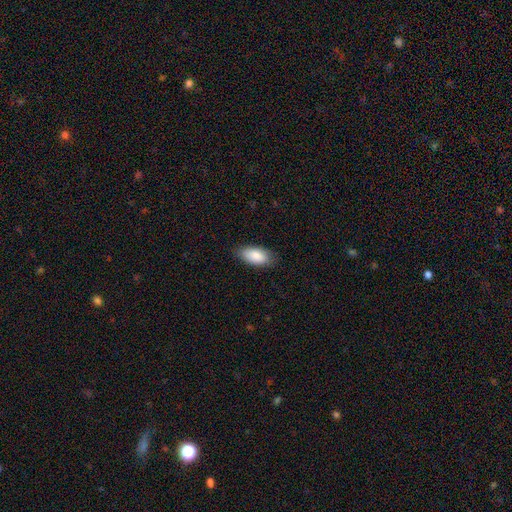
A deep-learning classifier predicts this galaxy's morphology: Smooth or featured? Predicted: smooth (p=0.87). How rounded? Predicted: in between (p=0.92). Merging? Predicted: none (p=0.82).